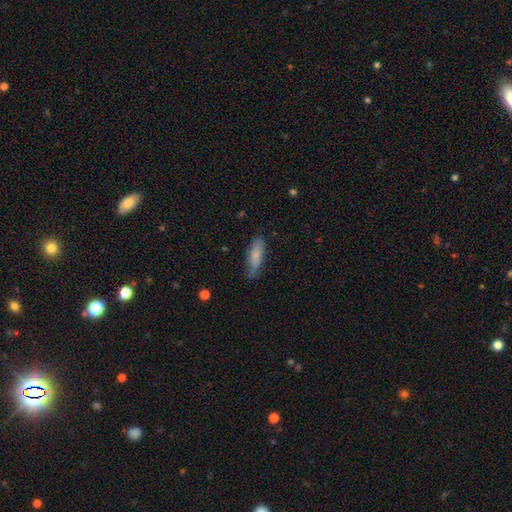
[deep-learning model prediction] Morphology: type=smooth (76%); roundness=in between (53%); merging=none (73%).